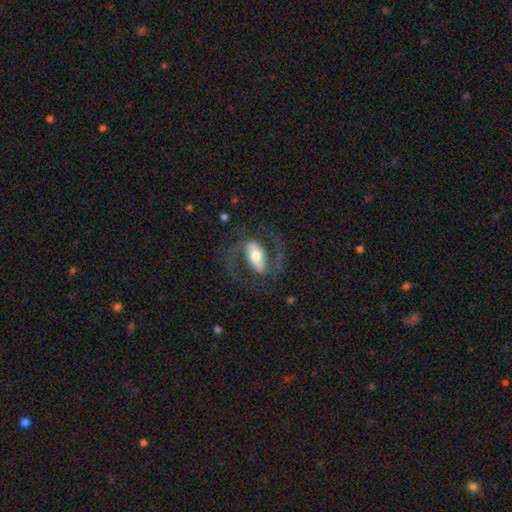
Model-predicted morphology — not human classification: Smooth or featured: featured or disk — 82% (smooth — 13%)
Edge-on disk: no — 95% (yes — 5%)
Bar: strong — 54% (weak — 30%)
Spiral arms: yes — 91% (no — 9%)
Spiral winding: medium — 56% (loose — 30%)
Spiral arm count: 2 — 91% (can't tell — 3%)
Bulge size: moderate — 63% (small — 18%)
Merging: none — 71% (major disturbance — 15%)